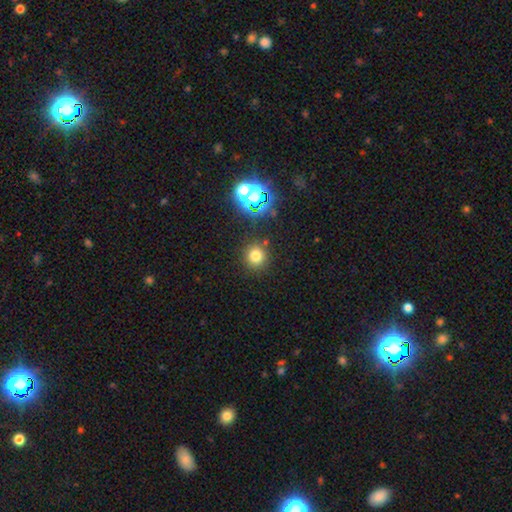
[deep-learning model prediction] A smooth galaxy with no disk features (72%) that is round (92%). Merging: none (86%).